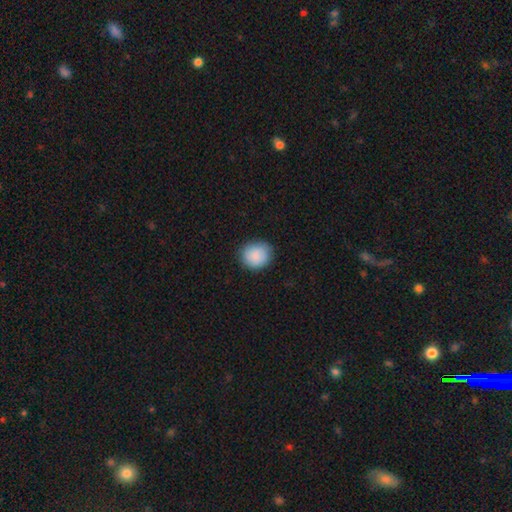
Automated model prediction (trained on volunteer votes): Morphology: type=smooth (88%); roundness=round (79%); merging=none (84%).